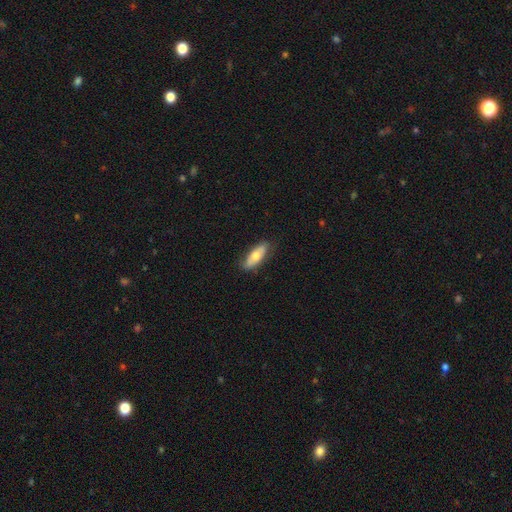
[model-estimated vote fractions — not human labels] A smooth galaxy with no disk features (65%) that is in between round and cigar-shaped (66%). Merging: none (82%).